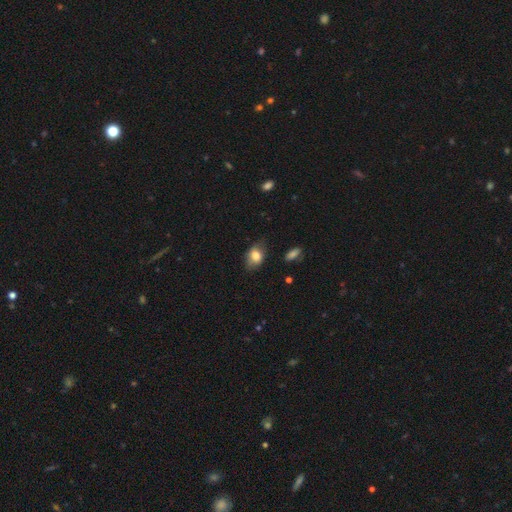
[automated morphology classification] type=smooth (77%); roundness=in between (78%); merging=none (67%).